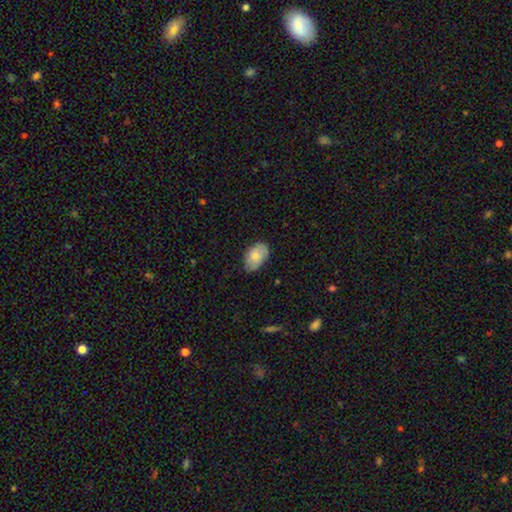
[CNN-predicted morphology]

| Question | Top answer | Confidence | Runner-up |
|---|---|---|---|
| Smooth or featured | smooth | 78% | featured or disk (15%) |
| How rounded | in between | 90% | round (9%) |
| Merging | none | 69% | minor disturbance (26%) |